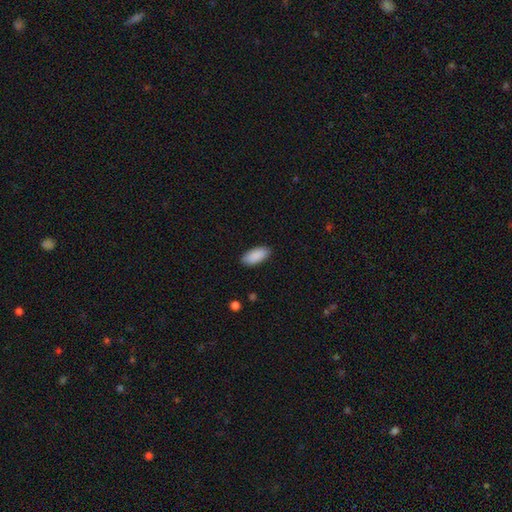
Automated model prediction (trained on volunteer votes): smooth-or-featured: smooth: 90% | star or artifact: 6% | featured or disk: 3%
  how-rounded: in between: 91% | cigar-shaped: 7% | round: 2%
  merging: none: 88% | minor disturbance: 9% | major disturbance: 2% | merger: 1%